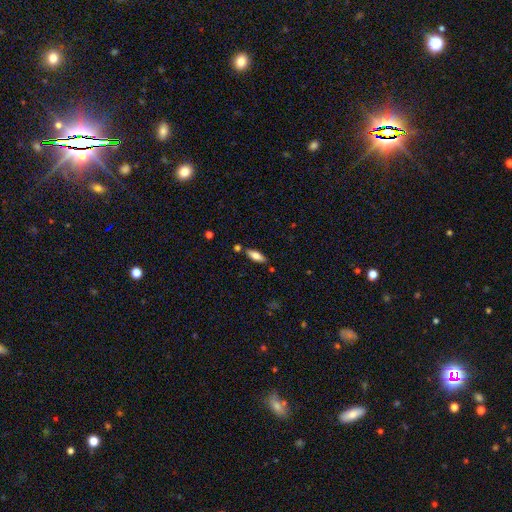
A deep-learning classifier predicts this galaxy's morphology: Overall: smooth (70%). How rounded: in between (64%; cigar-shaped 34%). Merging: none (81%).